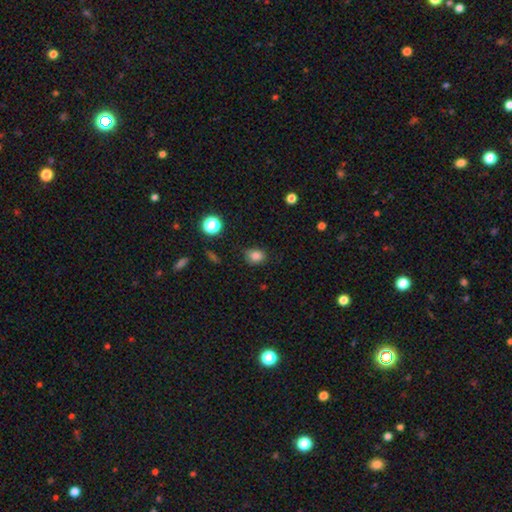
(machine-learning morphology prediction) Overall: smooth (83%). How rounded: in between (51%; round 48%). Merging: none (78%).